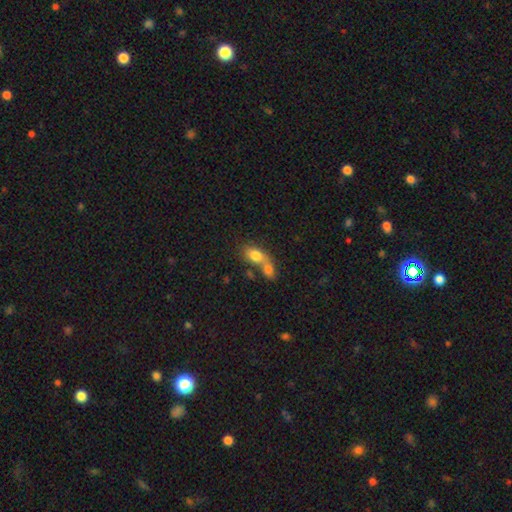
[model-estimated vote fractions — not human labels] Smooth or featured? smooth (78%)
How rounded? in between (79%)
Merging? merger (67%)